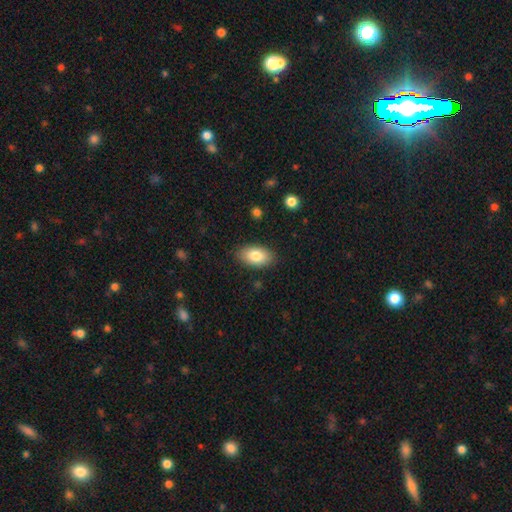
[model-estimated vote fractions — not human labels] smooth-or-featured: smooth: 83% | featured or disk: 11% | star or artifact: 7%
  how-rounded: in between: 93% | round: 4% | cigar-shaped: 2%
  merging: none: 86% | minor disturbance: 10% | major disturbance: 2% | merger: 1%